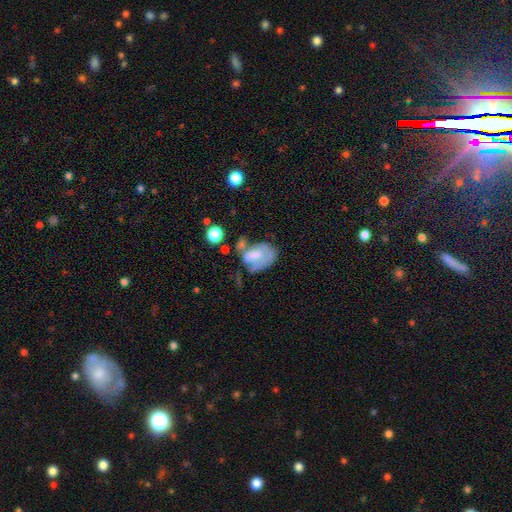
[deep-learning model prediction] Q: Smooth or featured?
A: smooth (51%); runner-up: featured or disk (39%)
Q: How rounded?
A: in between (75%); runner-up: round (23%)
Q: Merging?
A: major disturbance (31%); runner-up: minor disturbance (26%)